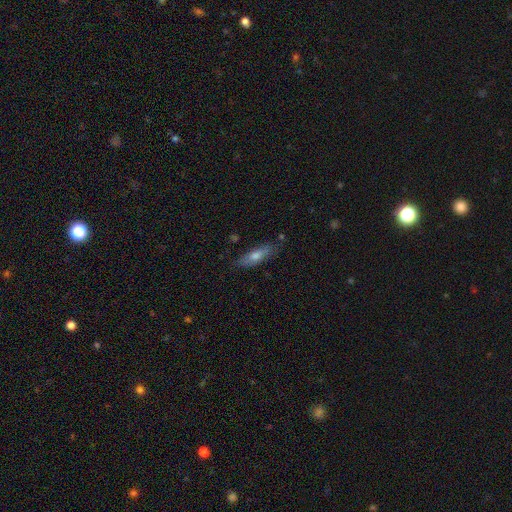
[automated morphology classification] Q: Smooth or featured?
A: smooth (59%); runner-up: featured or disk (34%)
Q: How rounded?
A: cigar-shaped (58%); runner-up: in between (39%)
Q: Merging?
A: none (80%); runner-up: minor disturbance (15%)